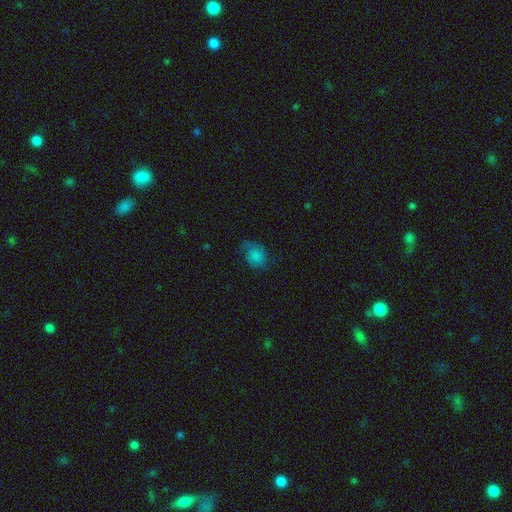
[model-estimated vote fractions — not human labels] The model was most divided on "how rounded": round: 55%, in between: 44%, cigar-shaped: 1%. More confident: smooth or featured — smooth (57%); merging — none (56%).